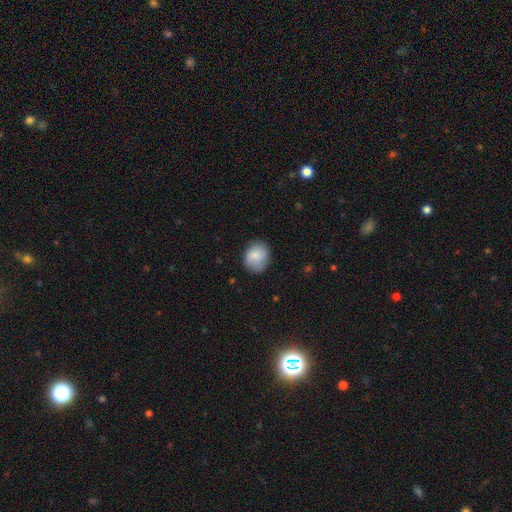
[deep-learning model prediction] Smooth or featured? Predicted: smooth (p=0.81). How rounded? Predicted: round (p=0.64). Merging? Predicted: none (p=0.77).